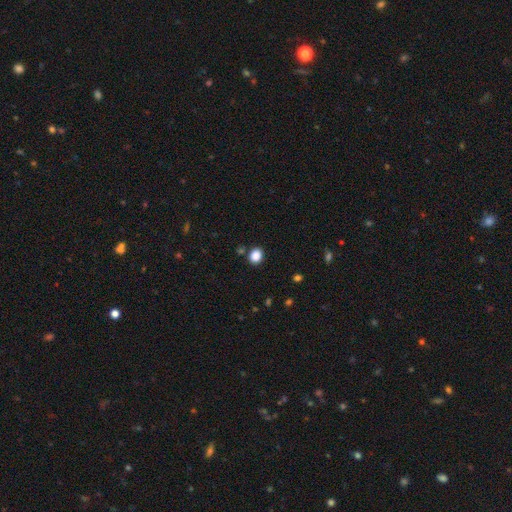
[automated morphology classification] Smooth or featured? Predicted: smooth (p=0.86). How rounded? Predicted: round (p=0.68). Merging? Predicted: none (p=0.84).